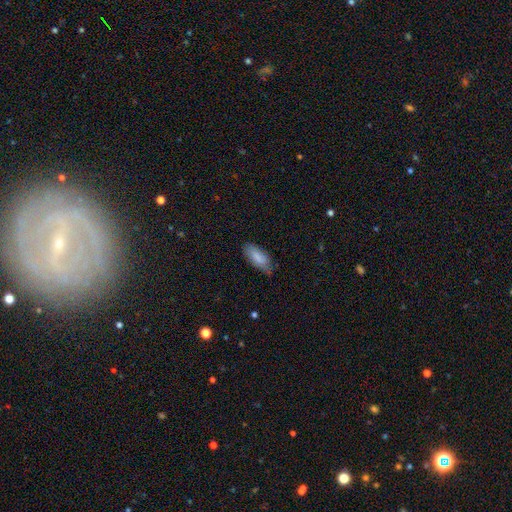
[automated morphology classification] type=smooth (84%); roundness=in between (77%); merging=none (71%).